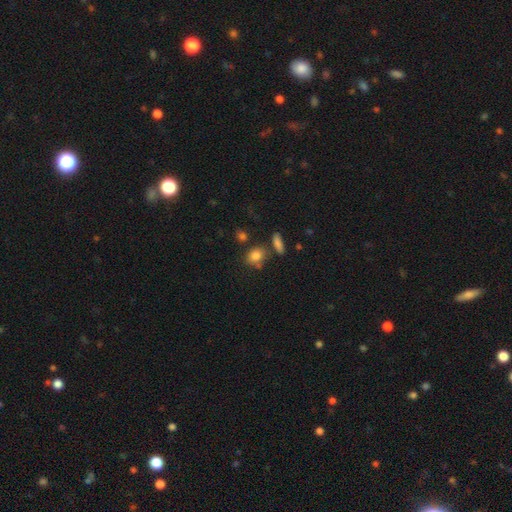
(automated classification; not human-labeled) Q: Smooth or featured?
A: smooth (83%); runner-up: star or artifact (10%)
Q: How rounded?
A: round (51%); runner-up: in between (46%)
Q: Merging?
A: none (69%); runner-up: merger (14%)